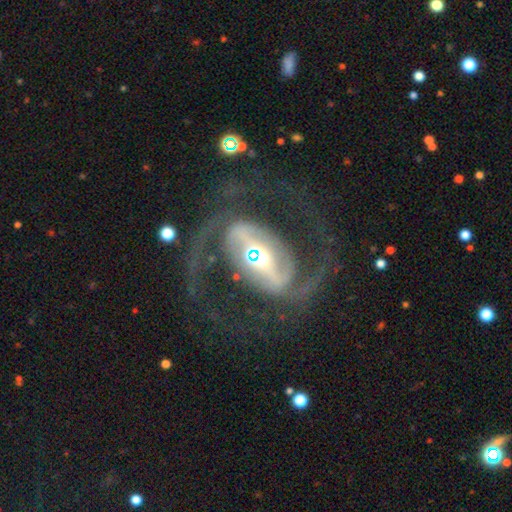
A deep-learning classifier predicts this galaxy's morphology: smooth-or-featured: featured or disk: 87% | smooth: 8% | star or artifact: 6%
  disk-edge-on: no: 94% | yes: 6%
    bar: strong: 63% | weak: 20% | no: 17%
    has-spiral-arms: yes: 82% | no: 18%
      spiral-winding: medium: 44% | loose: 36% | tight: 20%
      spiral-arm-count: 2: 90% | can't tell: 3% | 1: 2% | 3: 1% | 4: 1% | more than 4: 1%
    bulge-size: moderate: 64% | small: 17% | large: 14% | dominant: 3% | none: 2%
  merging: none: 67% | major disturbance: 17% | minor disturbance: 13% | merger: 3%